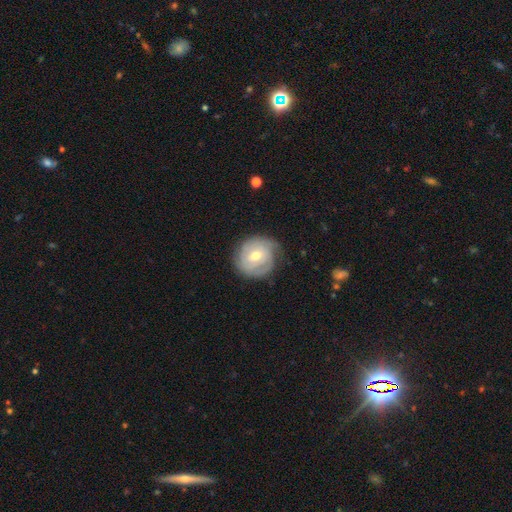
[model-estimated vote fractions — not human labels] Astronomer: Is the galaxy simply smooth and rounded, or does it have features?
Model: featured or disk — 64%.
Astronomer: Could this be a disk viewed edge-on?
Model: no — 97%.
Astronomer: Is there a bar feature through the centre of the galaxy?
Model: no — 57% (runner-up: weak, 36%).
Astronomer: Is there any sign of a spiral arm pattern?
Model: yes — 84%.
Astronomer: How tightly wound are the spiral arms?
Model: tight — 70%.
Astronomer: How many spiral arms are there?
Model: can't tell — 39% (runner-up: 2, 31%).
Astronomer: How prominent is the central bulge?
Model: moderate — 67%.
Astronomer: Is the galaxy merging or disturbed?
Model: none — 73%.